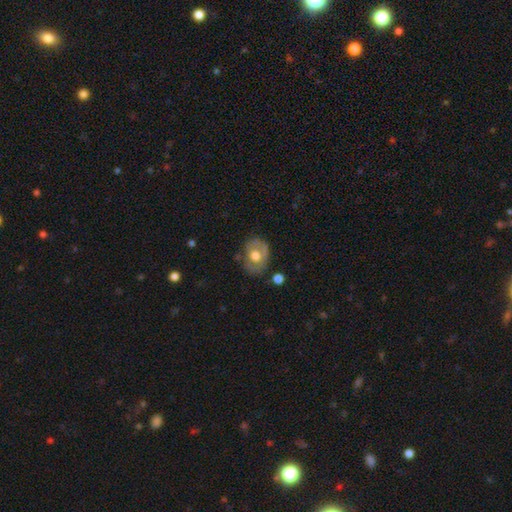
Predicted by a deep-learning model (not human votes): smooth_or_featured: smooth (p=0.53) [alt: featured or disk p=0.40]
how_rounded: in between (p=0.63) [alt: round p=0.36]
merging: none (p=0.70) [alt: minor disturbance p=0.20]